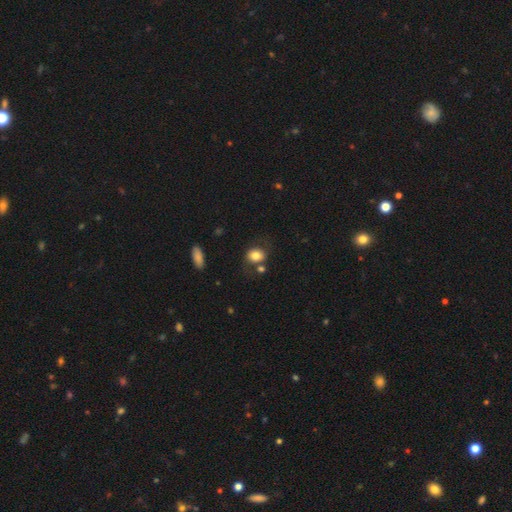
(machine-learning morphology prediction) A smooth galaxy with no disk features (78%) that is round (51%).

Vote fractions:
- Smooth or featured? smooth: 78% / featured or disk: 13% / star or artifact: 9%
- How rounded? round: 51% / in between: 47% / cigar-shaped: 1%
- Merging? none: 65% / minor disturbance: 16% / merger: 11% / major disturbance: 8%